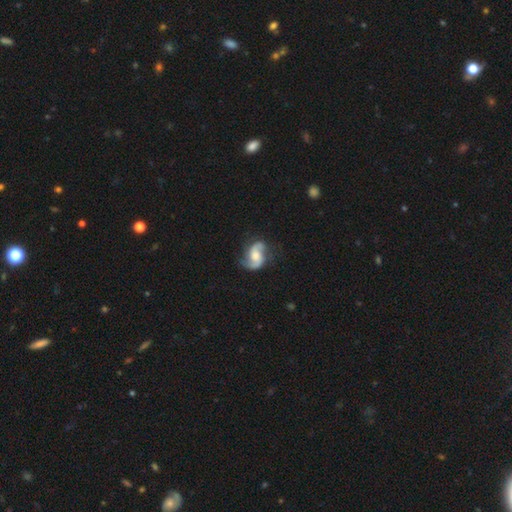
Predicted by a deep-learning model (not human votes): The model was most divided on "spiral winding" (2-way tie): medium: 44%, loose: 44%, tight: 12%. Remaining: edge-on disk — no (98%); spiral arms — yes (97%); spiral arm count — 2 (92%); smooth or featured — featured or disk (84%); merging — none (72%); bar — no (52%); bulge size — moderate (47%).